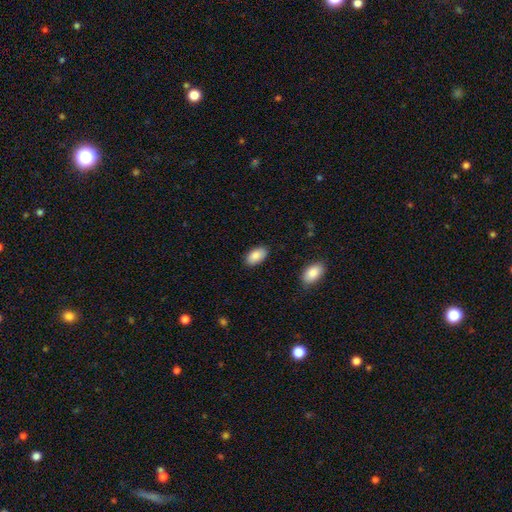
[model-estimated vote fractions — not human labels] smooth 88%, star or artifact 7%, featured or disk 6%. Down the decision tree: how rounded — in between (94%); merging — none (86%).